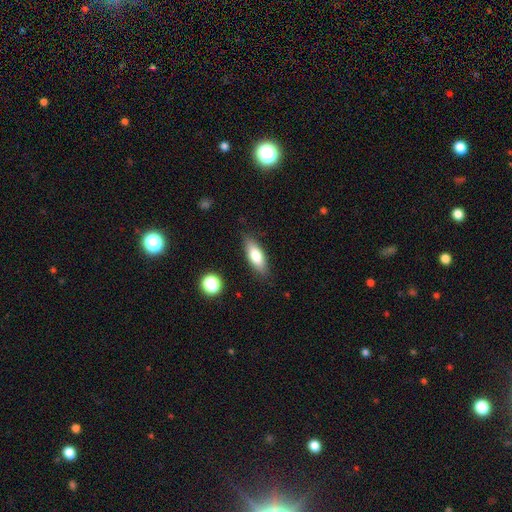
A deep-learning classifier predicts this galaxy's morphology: smooth-or-featured: smooth: 74% | featured or disk: 19% | star or artifact: 7%
  how-rounded: in between: 66% | cigar-shaped: 32% | round: 3%
  merging: none: 85% | minor disturbance: 11% | major disturbance: 3% | merger: 2%